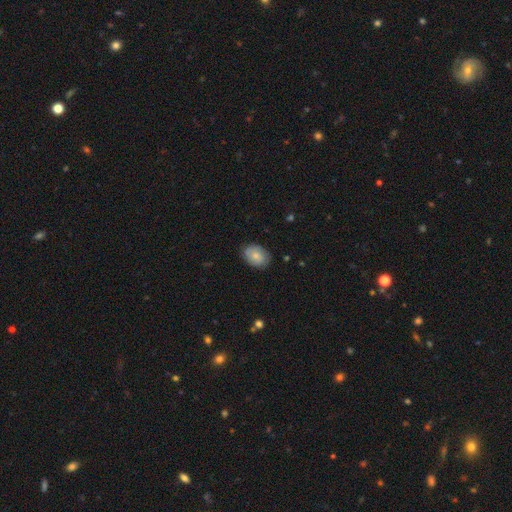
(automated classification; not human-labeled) Overall: smooth (73%). How rounded: in between (74%). Merging: none (82%).